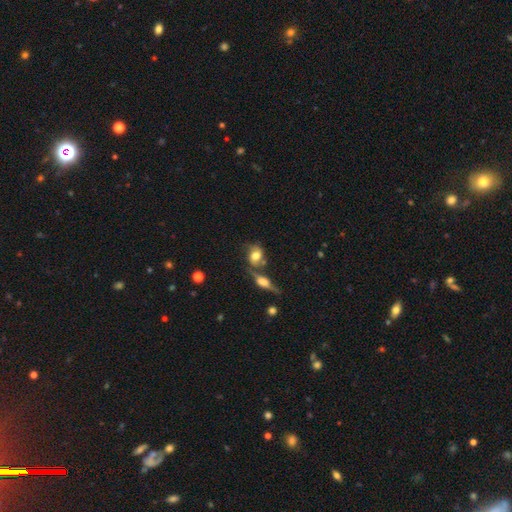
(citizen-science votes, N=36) Smooth or featured: smooth — 58% (featured or disk — 36%)
How rounded: round — 57% (in between — 43%)
Merging: none — 38% (merger — 35%)